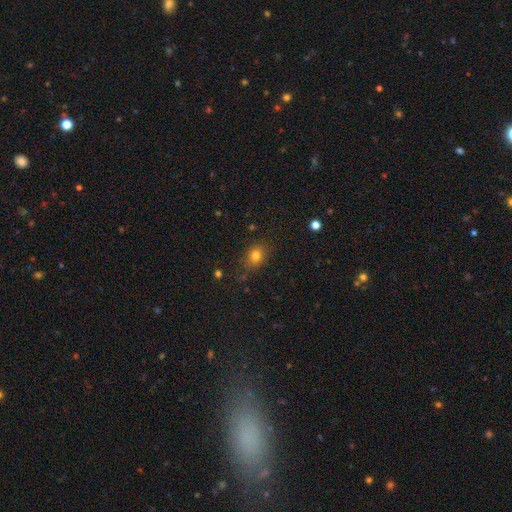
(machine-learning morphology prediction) smooth 77%, star or artifact 14%, featured or disk 9%. Down the decision tree: how rounded — in between (54%); merging — none (77%).